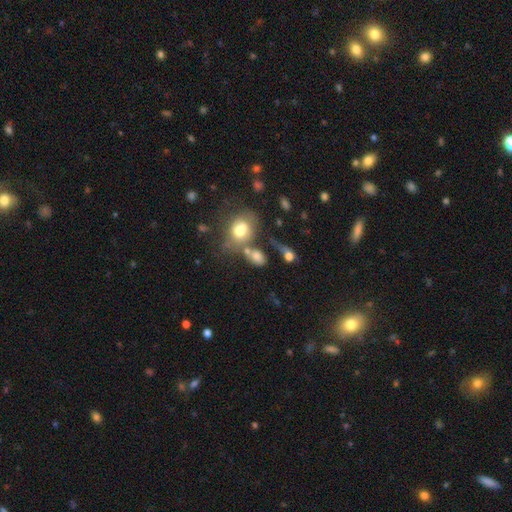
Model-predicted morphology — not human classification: smooth_or_featured: smooth (p=0.67) [alt: featured or disk p=0.19]
how_rounded: in between (p=0.71) [alt: round p=0.26]
merging: merger (p=0.36) [alt: none p=0.35]